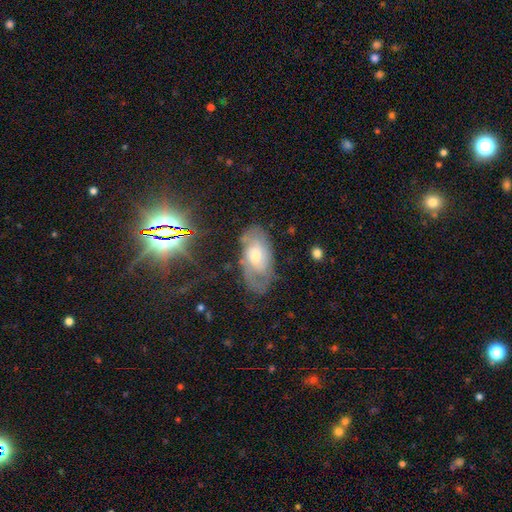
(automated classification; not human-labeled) smooth-or-featured: featured or disk: 64% | smooth: 27% | star or artifact: 10%
  disk-edge-on: no: 93% | yes: 7%
    bar: no: 60% | weak: 34% | strong: 6%
    has-spiral-arms: yes: 84% | no: 16%
    bulge-size: moderate: 56% | small: 30% | large: 10% | none: 3% | dominant: 1%
  merging: none: 63% | minor disturbance: 24% | major disturbance: 11% | merger: 2%